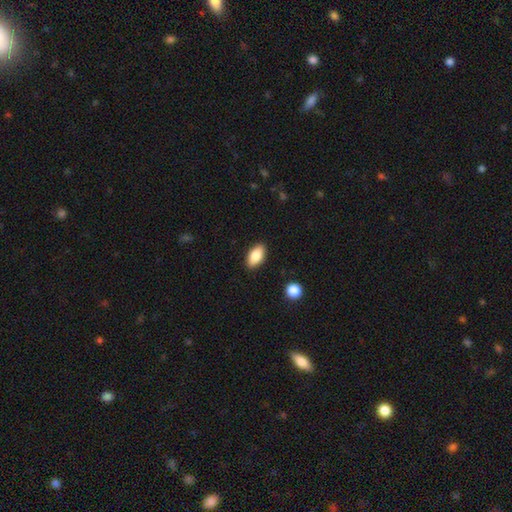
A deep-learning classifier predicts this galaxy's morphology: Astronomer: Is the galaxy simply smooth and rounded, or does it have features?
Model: smooth — 84%.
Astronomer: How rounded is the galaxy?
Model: in between — 91%.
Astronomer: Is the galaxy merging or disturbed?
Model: none — 88%.